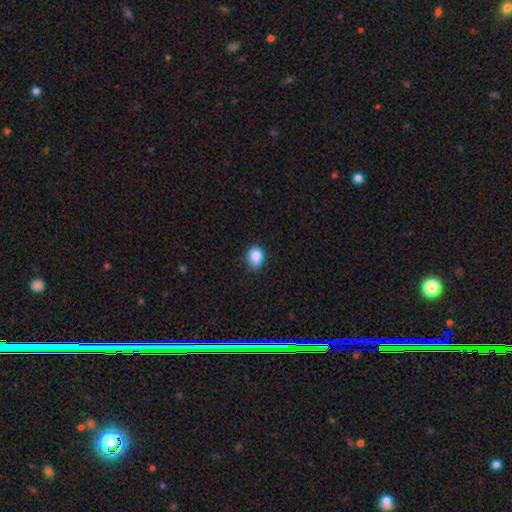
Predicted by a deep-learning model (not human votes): The model was most divided on "how rounded": in between: 60%, round: 38%, cigar-shaped: 1%. More confident: smooth or featured — smooth (85%); merging — none (63%).